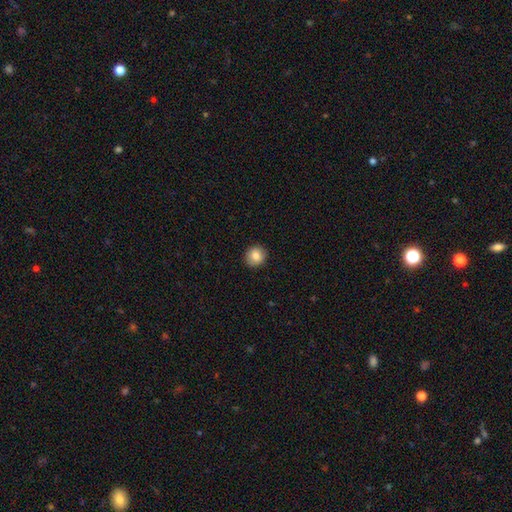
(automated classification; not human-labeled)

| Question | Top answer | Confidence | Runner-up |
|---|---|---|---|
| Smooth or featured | smooth | 84% | star or artifact (9%) |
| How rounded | round | 88% | in between (11%) |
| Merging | none | 91% | minor disturbance (7%) |